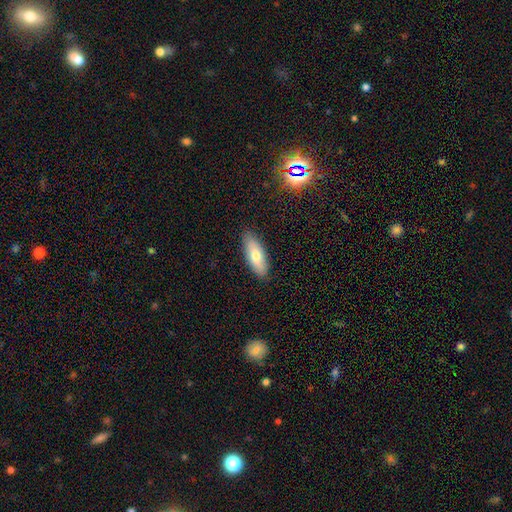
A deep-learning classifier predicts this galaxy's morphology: smooth-or-featured: smooth: 72% | featured or disk: 22% | star or artifact: 6%
  how-rounded: in between: 75% | cigar-shaped: 23% | round: 2%
  merging: none: 87% | minor disturbance: 10% | major disturbance: 2% | merger: 1%